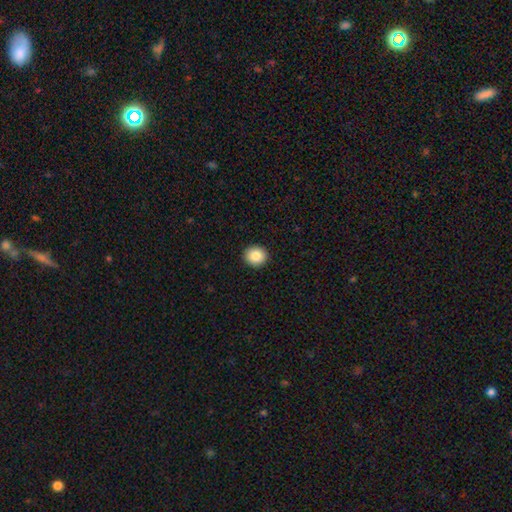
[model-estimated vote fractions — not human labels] This is clearly a smooth galaxy (86%). How rounded: clearly round (86%). Merging: clearly none (93%).